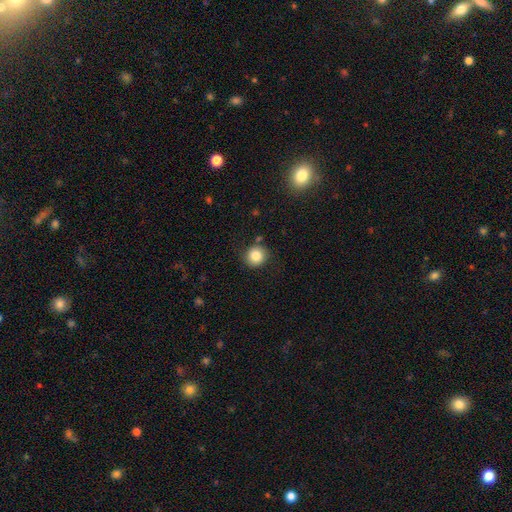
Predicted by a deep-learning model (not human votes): Smooth or featured?
  - smooth: 84% *
  - star or artifact: 10%
  - featured or disk: 6%
How rounded?
  - round: 90% *
  - in between: 9%
  - cigar-shaped: 1%
Merging?
  - none: 84% *
  - minor disturbance: 10%
  - merger: 3%
  - major disturbance: 3%